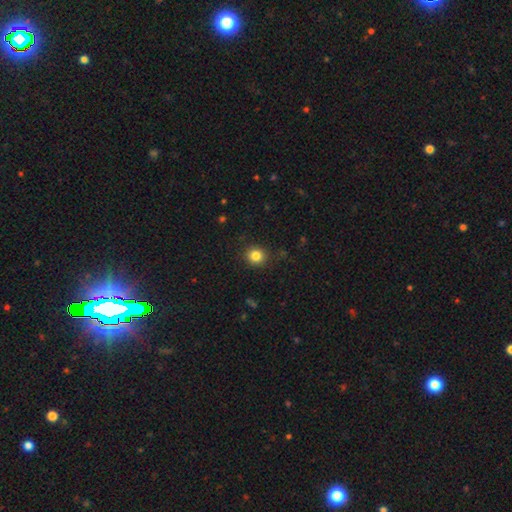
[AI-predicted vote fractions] smooth 84%, star or artifact 11%, featured or disk 5%. Down the decision tree: how rounded — round (89%); merging — none (90%).